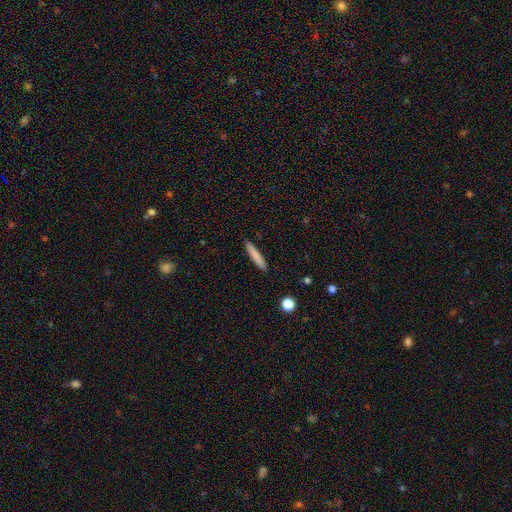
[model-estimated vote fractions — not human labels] This is clearly a smooth galaxy (81%). How rounded: clearly cigar-shaped (93%). Merging: clearly none (91%).